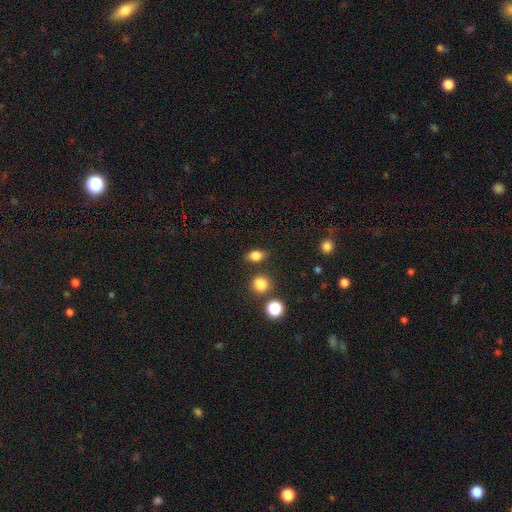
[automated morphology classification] type=smooth (82%); roundness=in between (67%); merging=none (79%).